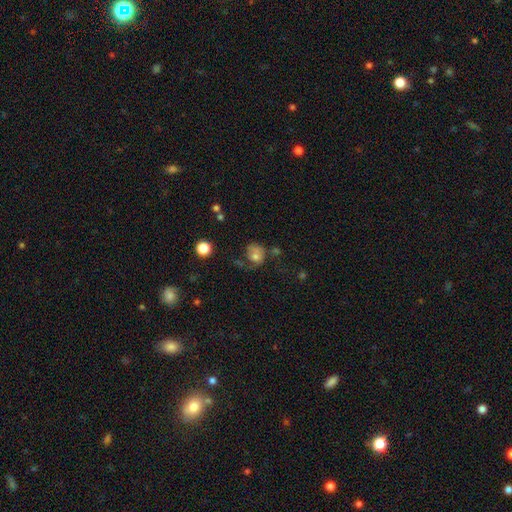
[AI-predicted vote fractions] Smooth or featured? smooth (60%)
How rounded? round (63%)
Merging? none (36%)